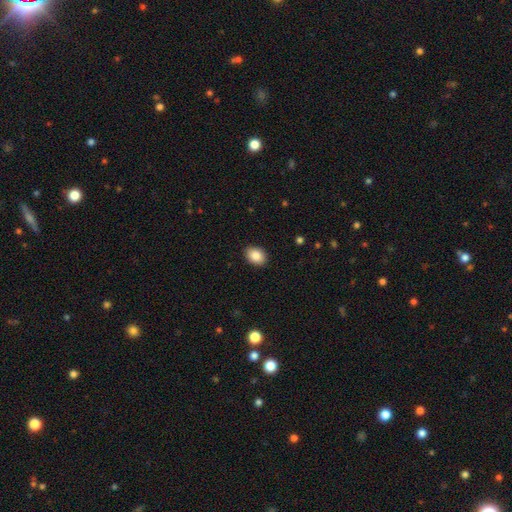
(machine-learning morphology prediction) smooth 87%, star or artifact 8%, featured or disk 6%. Down the decision tree: how rounded — in between (73%); merging — none (90%).